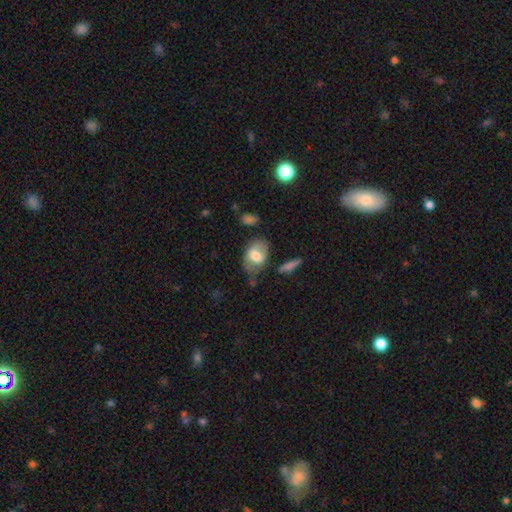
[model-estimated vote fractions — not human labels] Smooth or featured? Predicted: smooth (p=0.63). How rounded? Predicted: in between (p=0.85). Merging? Predicted: none (p=0.49).